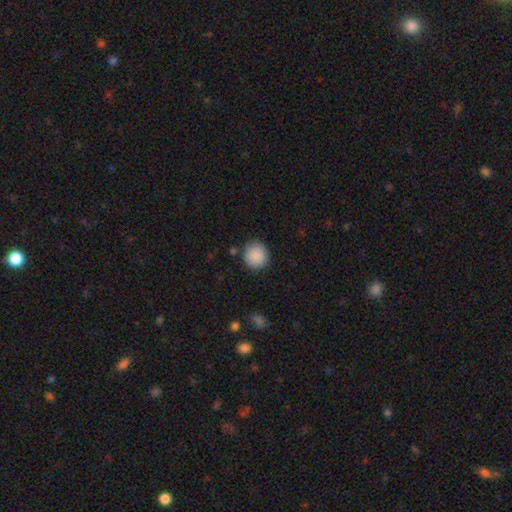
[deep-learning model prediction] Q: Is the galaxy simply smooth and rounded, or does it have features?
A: smooth — 90%.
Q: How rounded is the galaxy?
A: round — 90%.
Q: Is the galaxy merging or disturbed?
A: none — 87%.